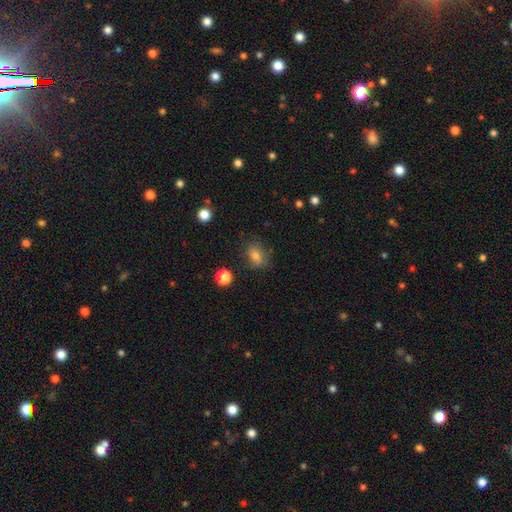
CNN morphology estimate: Q: Smooth or featured?
A: smooth (77%); runner-up: star or artifact (12%)
Q: How rounded?
A: in between (67%); runner-up: round (31%)
Q: Merging?
A: none (75%); runner-up: minor disturbance (18%)